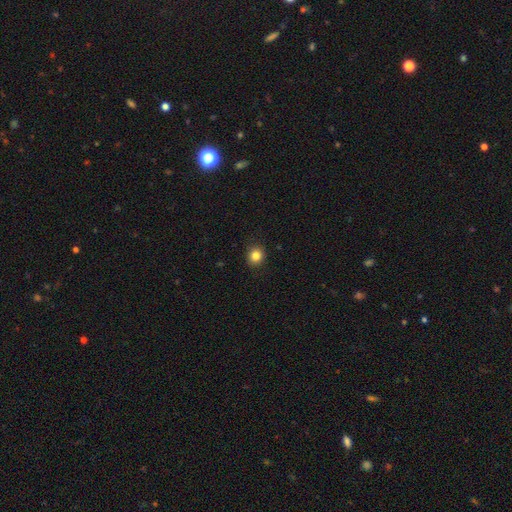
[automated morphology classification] Smooth or featured? smooth (84%)
How rounded? round (83%)
Merging? none (90%)